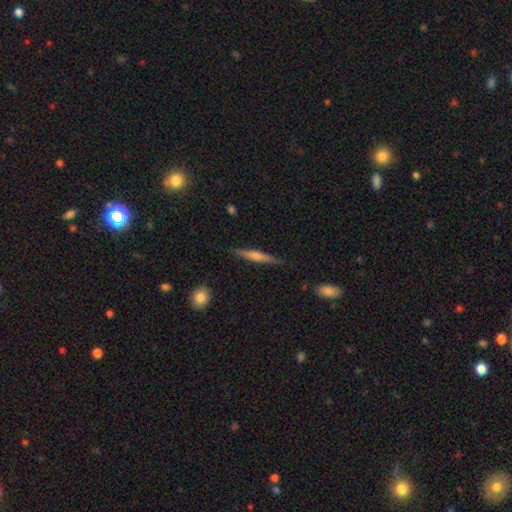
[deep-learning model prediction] Morphology: type=featured or disk (54%); edge-on=yes (97%); edge-on bulge=rounded (65%); merging=none (86%).